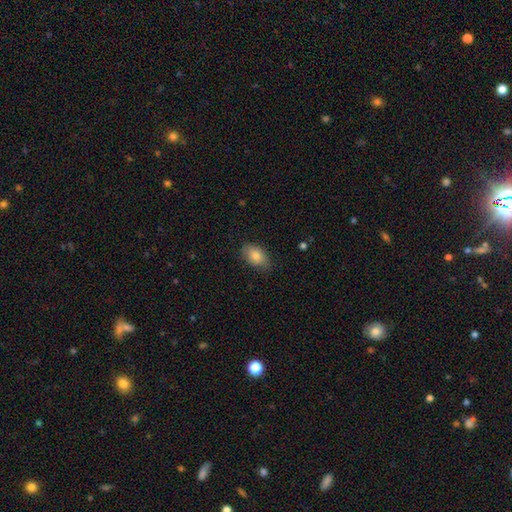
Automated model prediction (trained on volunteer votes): This is clearly a smooth galaxy (80%). How rounded: clearly in between (88%). Merging: likely none (77%).